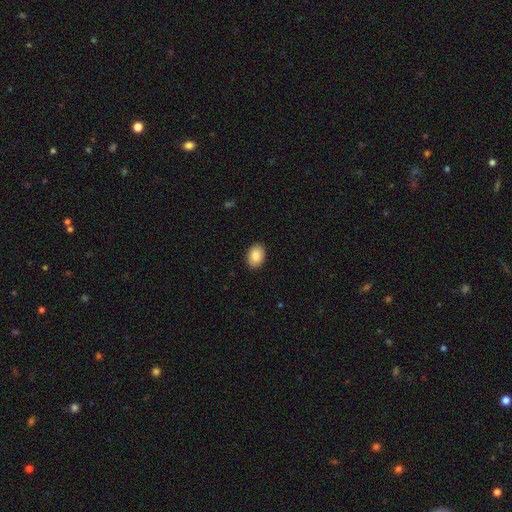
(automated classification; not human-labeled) Smooth or featured?
  - smooth: 89% *
  - star or artifact: 7%
  - featured or disk: 4%
How rounded?
  - in between: 84% *
  - round: 15%
  - cigar-shaped: 1%
Merging?
  - none: 90% *
  - minor disturbance: 7%
  - major disturbance: 2%
  - merger: 1%